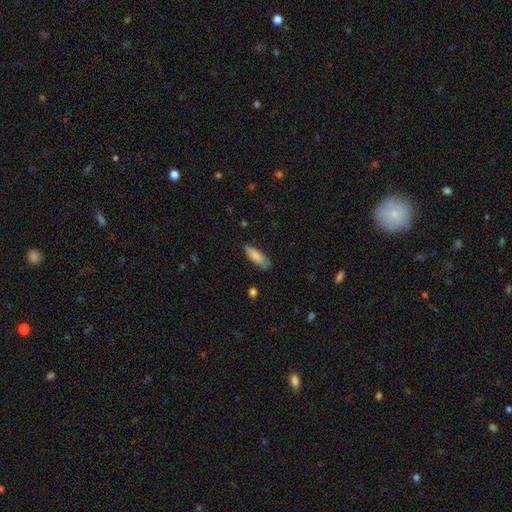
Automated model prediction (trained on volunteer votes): Smooth or featured: smooth — 84% (featured or disk — 10%)
How rounded: in between — 61% (cigar-shaped — 38%)
Merging: none — 73% (minor disturbance — 21%)